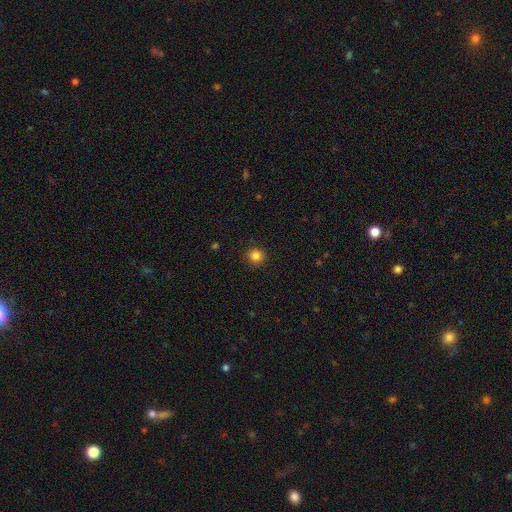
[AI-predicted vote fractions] The model was most divided on "smooth or featured": smooth: 84%, star or artifact: 12%, featured or disk: 4%. More confident: how rounded — round (93%); merging — none (92%).